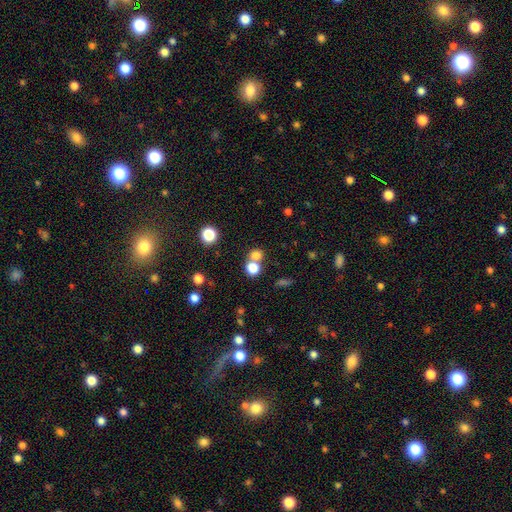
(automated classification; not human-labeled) This is likely a smooth galaxy (76%). How rounded: likely round (78%). Merging: possibly none (50%).